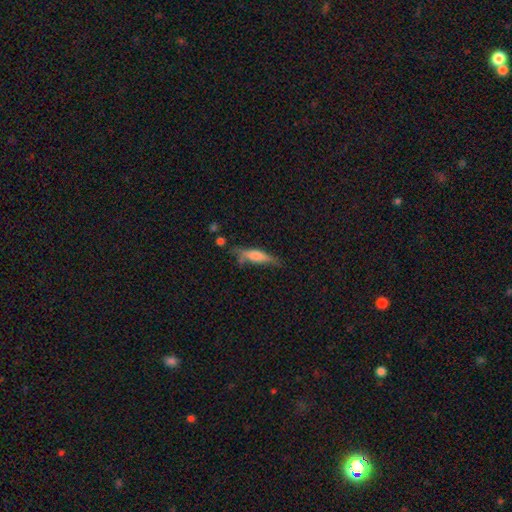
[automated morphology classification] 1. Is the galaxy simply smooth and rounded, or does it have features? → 62% smooth, 30% featured or disk, 8% star or artifact.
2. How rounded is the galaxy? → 69% cigar-shaped, 28% in between, 2% round.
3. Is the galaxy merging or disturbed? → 55% none, 28% minor disturbance, 11% major disturbance, 7% merger.